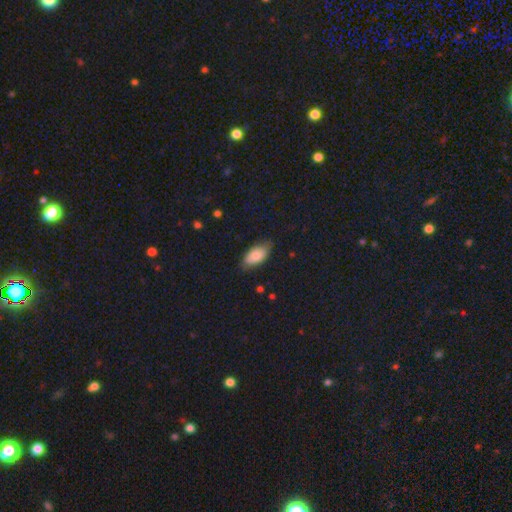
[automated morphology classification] Smooth or featured?
  - smooth: 81% *
  - featured or disk: 12%
  - star or artifact: 7%
How rounded?
  - in between: 92% *
  - cigar-shaped: 5%
  - round: 3%
Merging?
  - none: 76% *
  - minor disturbance: 19%
  - major disturbance: 4%
  - merger: 1%